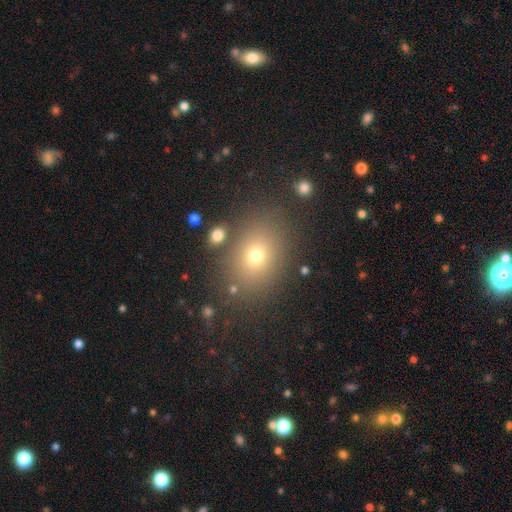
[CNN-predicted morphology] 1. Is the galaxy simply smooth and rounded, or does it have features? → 69% smooth, 19% star or artifact, 12% featured or disk.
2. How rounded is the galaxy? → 58% in between, 41% round, 1% cigar-shaped.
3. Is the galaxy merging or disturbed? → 82% none, 10% minor disturbance, 5% major disturbance, 4% merger.